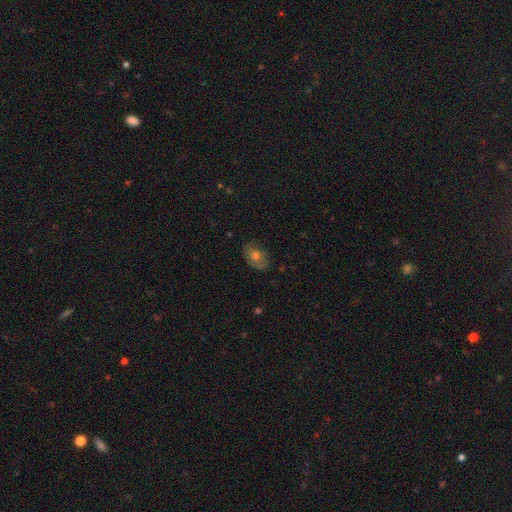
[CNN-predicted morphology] smooth-or-featured: smooth: 48% | featured or disk: 38% | star or artifact: 14%
  merging: none: 73% | minor disturbance: 20% | major disturbance: 6% | merger: 1%